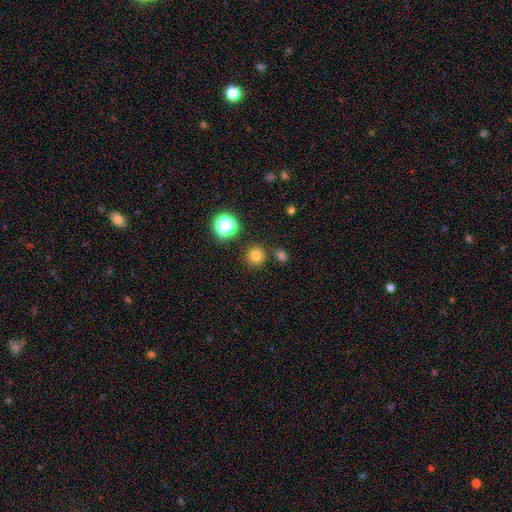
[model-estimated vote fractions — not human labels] Morphology: type=smooth (78%); roundness=round (93%); merging=none (83%).